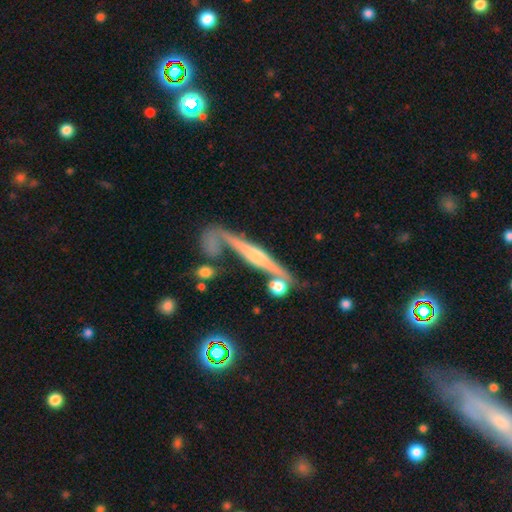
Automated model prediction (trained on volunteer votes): Q: Smooth or featured?
A: featured or disk (72%); runner-up: smooth (21%)
Q: Edge-on disk?
A: yes (90%); runner-up: no (10%)
Q: Edge-on bulge?
A: rounded (66%); runner-up: none (18%)
Q: Merging?
A: none (56%); runner-up: minor disturbance (18%)